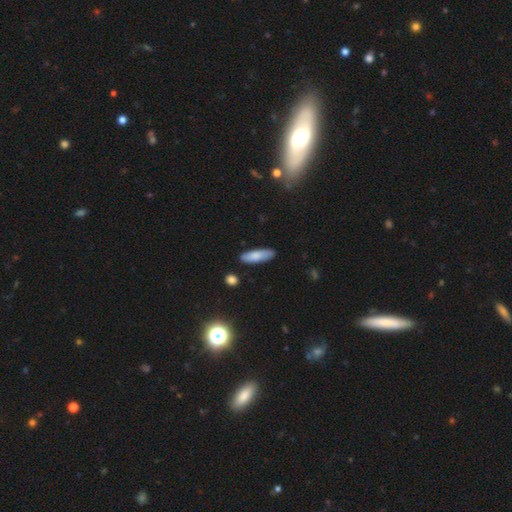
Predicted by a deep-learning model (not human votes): The model was most divided on "how rounded": cigar-shaped: 52%, in between: 46%, round: 2%. More confident: merging — none (85%); smooth or featured — smooth (81%).